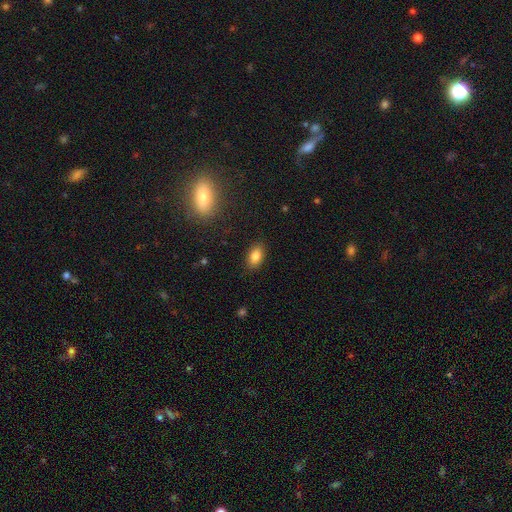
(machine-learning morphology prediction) smooth-or-featured: smooth: 84% | star or artifact: 10% | featured or disk: 7%
  how-rounded: in between: 89% | round: 9% | cigar-shaped: 2%
  merging: none: 87% | minor disturbance: 10% | major disturbance: 3% | merger: 1%